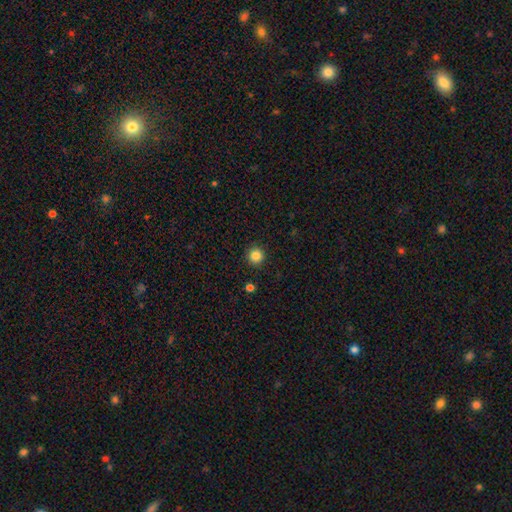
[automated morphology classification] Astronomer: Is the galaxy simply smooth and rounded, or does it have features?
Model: smooth — 85%.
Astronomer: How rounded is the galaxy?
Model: round — 95%.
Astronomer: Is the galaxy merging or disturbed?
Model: none — 92%.